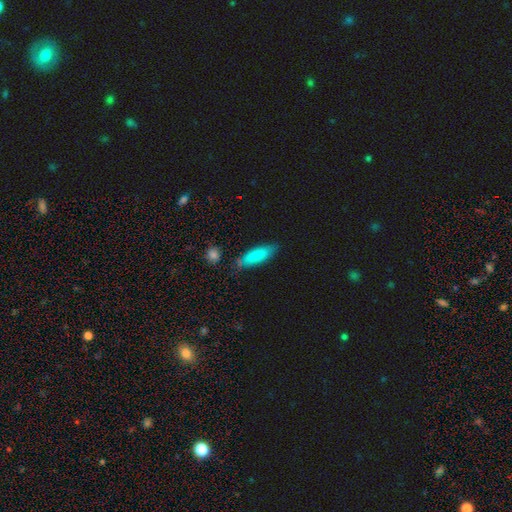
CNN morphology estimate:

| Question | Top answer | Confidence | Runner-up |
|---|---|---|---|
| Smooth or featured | smooth | 82% | featured or disk (11%) |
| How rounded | in between | 55% | cigar-shaped (43%) |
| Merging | none | 73% | minor disturbance (18%) |